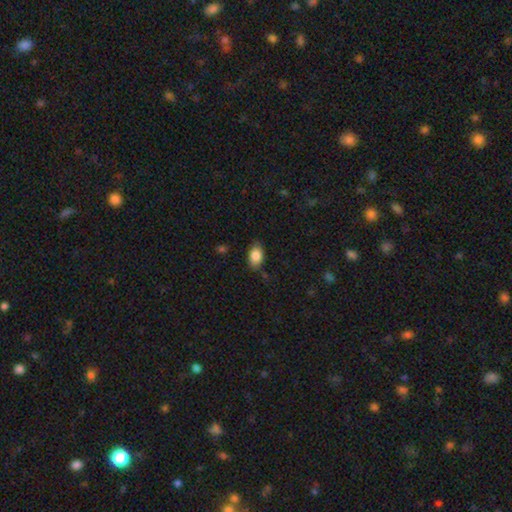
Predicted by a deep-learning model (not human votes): smooth_or_featured: smooth (p=0.85) [alt: featured or disk p=0.08]
how_rounded: in between (p=0.87) [alt: round p=0.11]
merging: none (p=0.78) [alt: minor disturbance p=0.17]